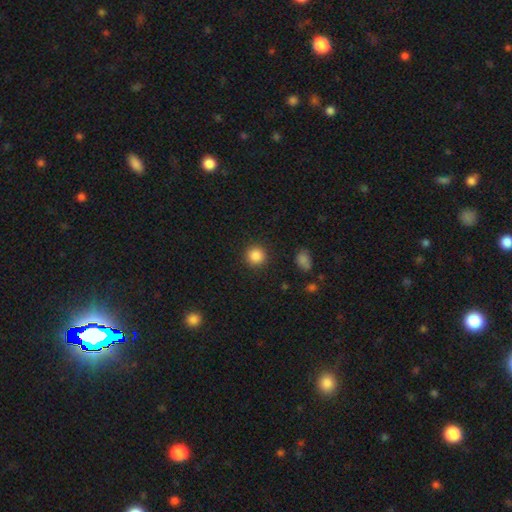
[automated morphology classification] smooth-or-featured: smooth: 87% | star or artifact: 10% | featured or disk: 3%
  how-rounded: round: 94% | in between: 5% | cigar-shaped: 1%
  merging: none: 91% | minor disturbance: 5% | major disturbance: 2% | merger: 1%